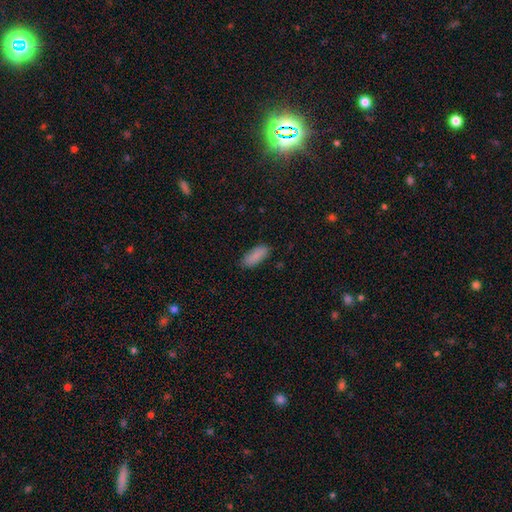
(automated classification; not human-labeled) smooth 89%, star or artifact 7%, featured or disk 5%. Down the decision tree: how rounded — in between (79%); merging — none (84%).